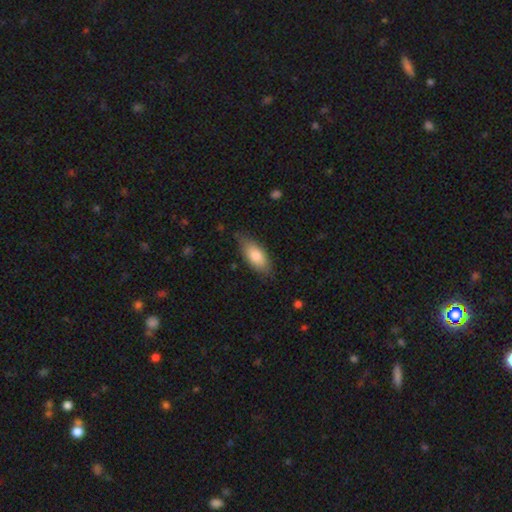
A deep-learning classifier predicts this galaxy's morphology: A smooth galaxy with no disk features (80%) that is in between round and cigar-shaped (83%). Merging: none (76%).